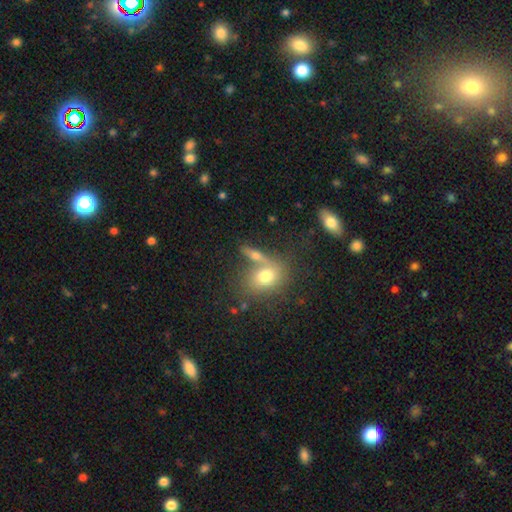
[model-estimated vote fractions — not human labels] Overall: smooth (61%; featured or disk 27%). How rounded: in between (54%; round 27%). Merging: none (45%; merger 38%).